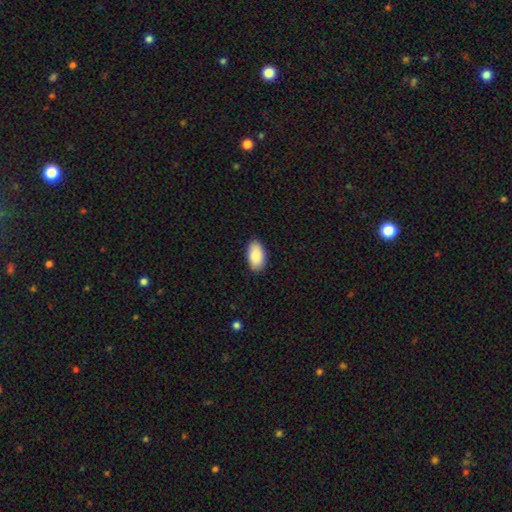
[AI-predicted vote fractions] This appears to be a smooth galaxy with no disk features (89%) that is in between round and cigar-shaped (95%). Merging: none (84%).